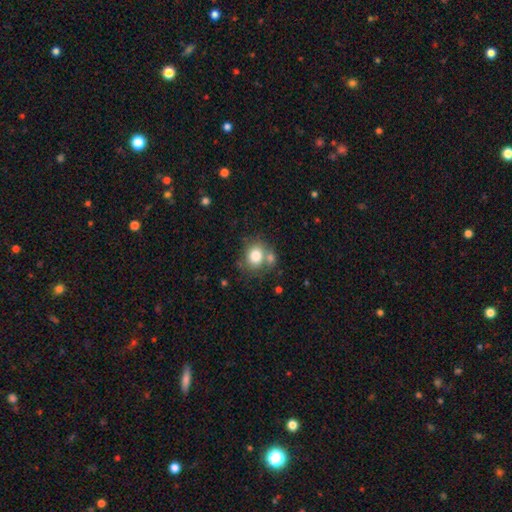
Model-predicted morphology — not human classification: Overall: smooth (79%). How rounded: round (69%; in between 31%). Merging: none (55%; merger 26%).